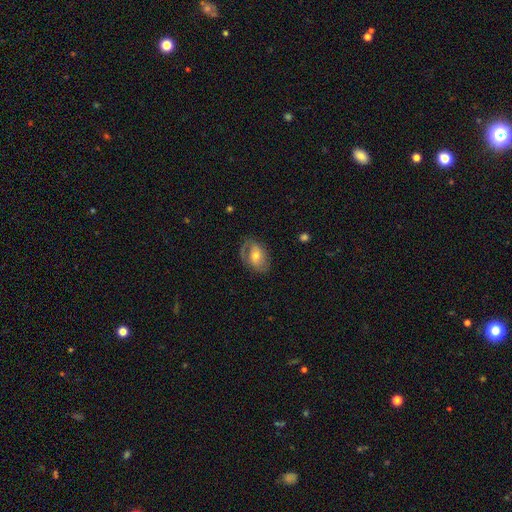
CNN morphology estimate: This is possibly a featured or disk galaxy (50%). It is clearly not viewed edge-on (94%). Merging: likely none (61%).